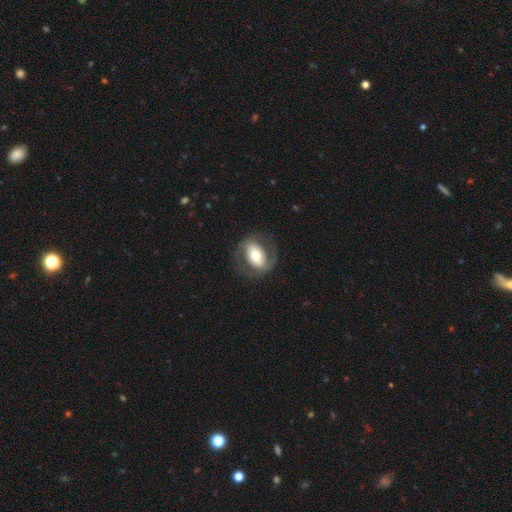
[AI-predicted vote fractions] Morphology: type=featured or disk (57%); edge-on=no (94%); bar=strong (39%); spiral arms=yes (55%); bulge=moderate (62%); merging=none (74%).